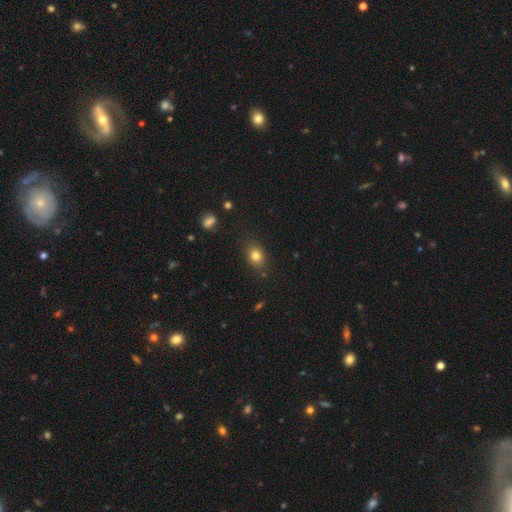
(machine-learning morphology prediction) Smooth or featured? Predicted: smooth (p=0.80). How rounded? Predicted: in between (p=0.60). Merging? Predicted: none (p=0.82).